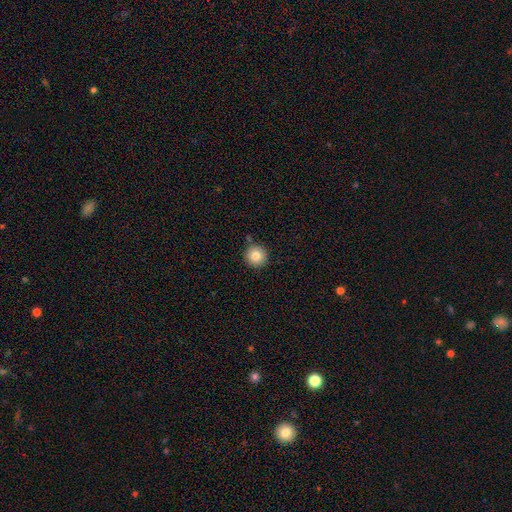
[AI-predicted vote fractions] smooth-or-featured: smooth: 80% | star or artifact: 10% | featured or disk: 9%
  how-rounded: round: 96% | in between: 3% | cigar-shaped: 1%
  merging: none: 87% | minor disturbance: 8% | merger: 4% | major disturbance: 2%